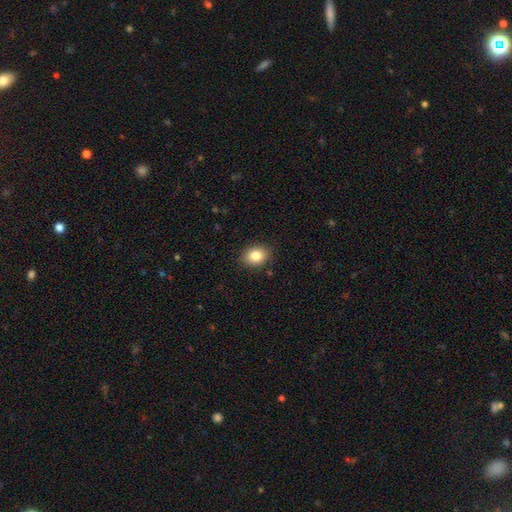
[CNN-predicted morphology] type=smooth (83%); roundness=in between (59%); merging=none (87%).